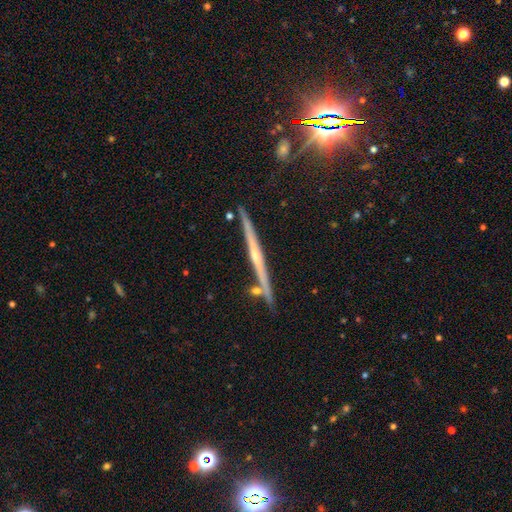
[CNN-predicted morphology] smooth_or_featured: featured or disk (p=0.75) [alt: smooth p=0.15]
disk_edge_on: yes (p=0.98) [alt: no p=0.02]
edge_on_bulge: rounded (p=0.57) [alt: none p=0.36]
merging: none (p=0.85) [alt: minor disturbance p=0.09]